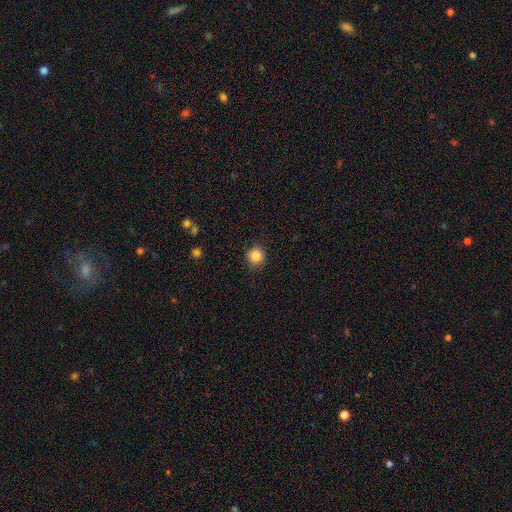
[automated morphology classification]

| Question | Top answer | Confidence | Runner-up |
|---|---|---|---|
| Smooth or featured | smooth | 85% | star or artifact (10%) |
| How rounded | round | 93% | in between (6%) |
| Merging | none | 88% | minor disturbance (9%) |